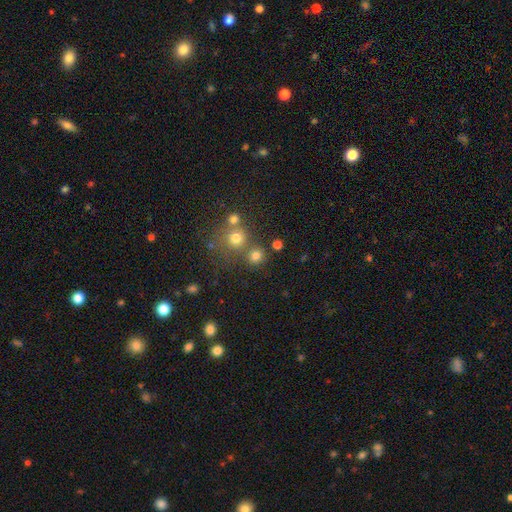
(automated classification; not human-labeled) This appears to be a smooth galaxy with no disk features (76%) that is round (88%). Merging: none (71%).